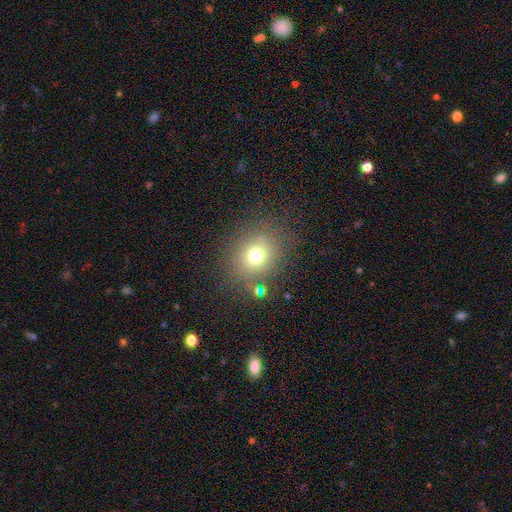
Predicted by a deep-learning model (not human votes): smooth 71%, star or artifact 18%, featured or disk 11%. Down the decision tree: how rounded — round (75%); merging — none (79%).